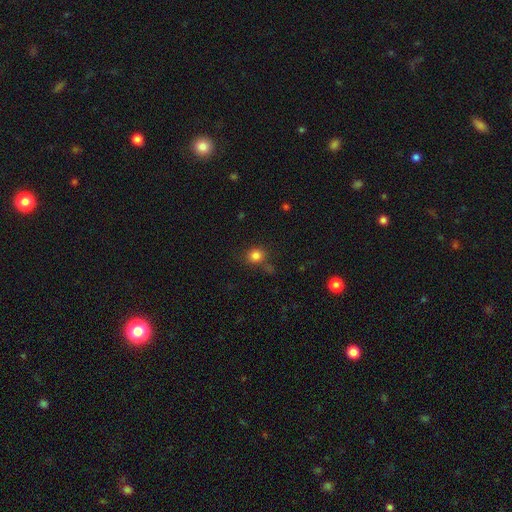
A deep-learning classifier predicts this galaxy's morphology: Q: Smooth or featured?
A: smooth (82%); runner-up: star or artifact (13%)
Q: How rounded?
A: round (83%); runner-up: in between (16%)
Q: Merging?
A: none (76%); runner-up: minor disturbance (12%)